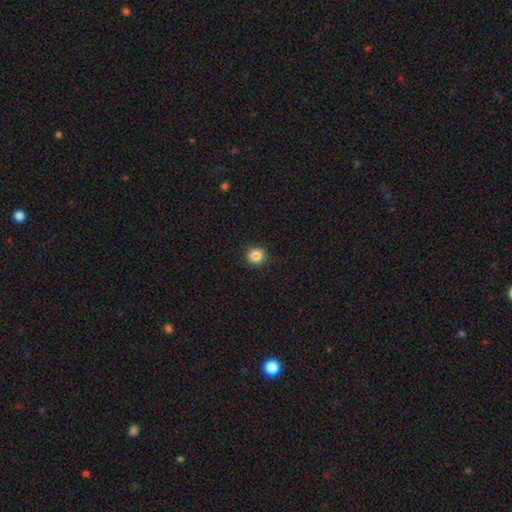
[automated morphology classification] Smooth or featured? smooth (86%)
How rounded? round (89%)
Merging? none (92%)